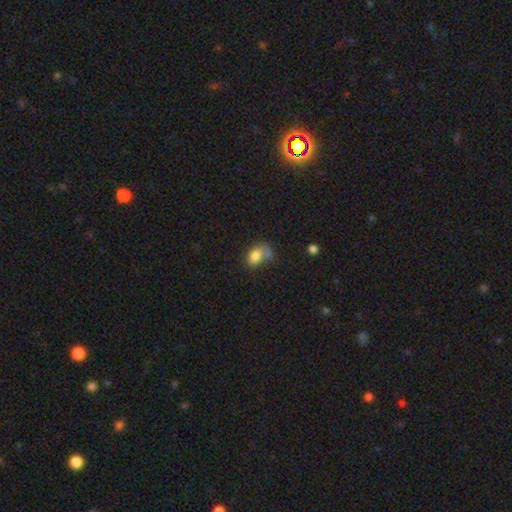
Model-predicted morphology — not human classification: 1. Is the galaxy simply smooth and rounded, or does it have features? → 77% smooth, 14% featured or disk, 9% star or artifact.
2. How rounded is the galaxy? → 80% in between, 18% round, 2% cigar-shaped.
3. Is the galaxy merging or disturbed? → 32% none, 28% minor disturbance, 27% major disturbance, 13% merger.